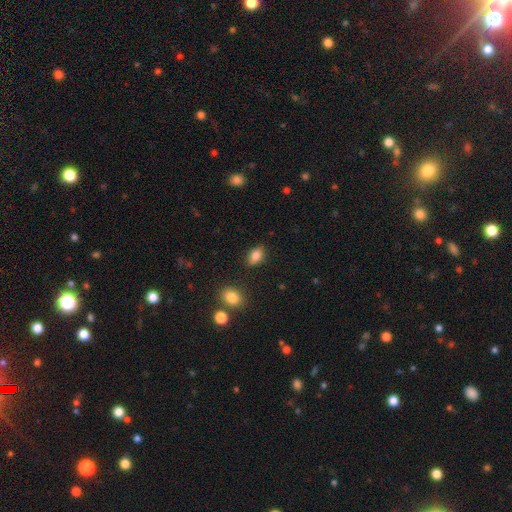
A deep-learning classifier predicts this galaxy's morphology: smooth_or_featured: smooth (p=0.82) [alt: star or artifact p=0.09]
how_rounded: in between (p=0.85) [alt: round p=0.12]
merging: none (p=0.83) [alt: minor disturbance p=0.12]